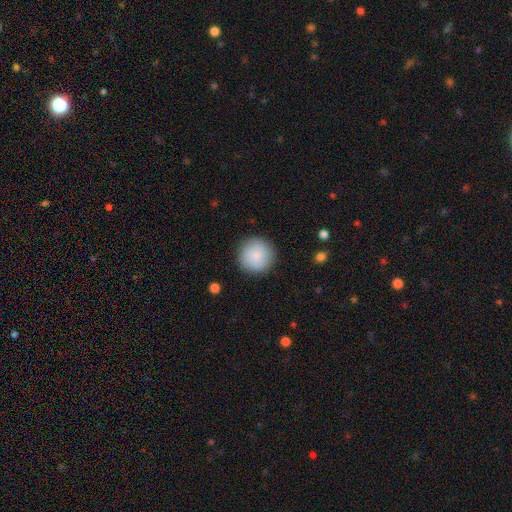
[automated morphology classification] type=smooth (83%); roundness=round (96%); merging=none (89%).